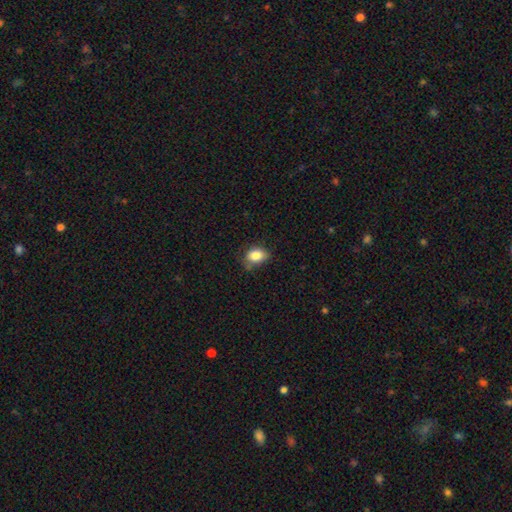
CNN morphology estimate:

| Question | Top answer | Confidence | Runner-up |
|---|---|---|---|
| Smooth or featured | smooth | 83% | star or artifact (9%) |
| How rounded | in between | 68% | round (31%) |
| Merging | none | 65% | minor disturbance (27%) |